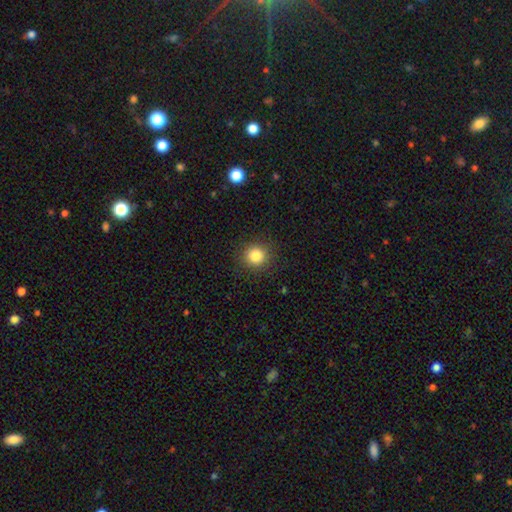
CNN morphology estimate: The model was most divided on "smooth or featured": smooth: 83%, star or artifact: 12%, featured or disk: 5%. More confident: how rounded — round (90%); merging — none (90%).